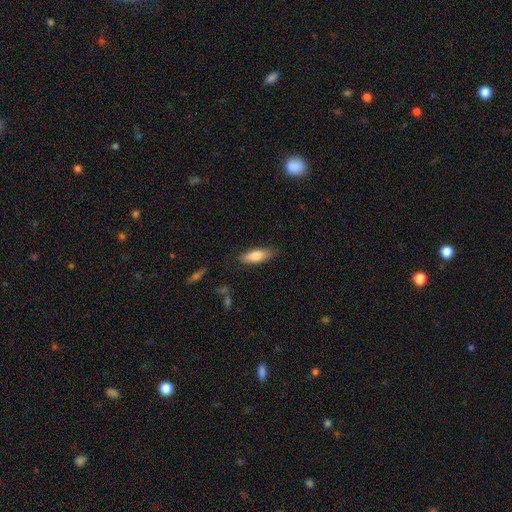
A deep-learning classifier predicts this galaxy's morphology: Smooth or featured? Predicted: smooth (p=0.79). How rounded? Predicted: in between (p=0.61). Merging? Predicted: none (p=0.83).